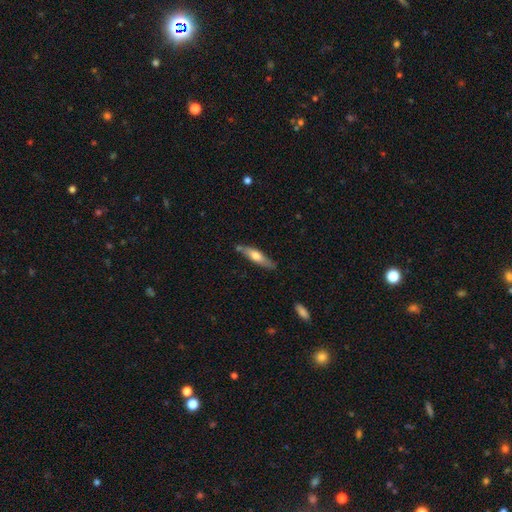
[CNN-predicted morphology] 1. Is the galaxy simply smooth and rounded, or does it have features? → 53% smooth, 42% featured or disk, 6% star or artifact.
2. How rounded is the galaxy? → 77% cigar-shaped, 21% in between, 2% round.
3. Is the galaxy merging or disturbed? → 77% none, 15% minor disturbance, 5% merger, 3% major disturbance.